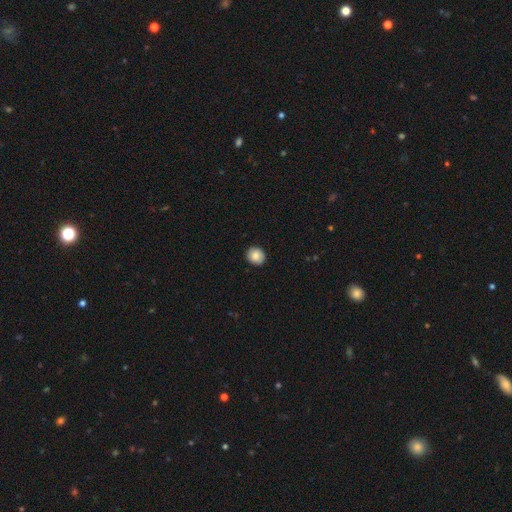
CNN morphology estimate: Smooth or featured? smooth (82%)
How rounded? round (84%)
Merging? none (91%)